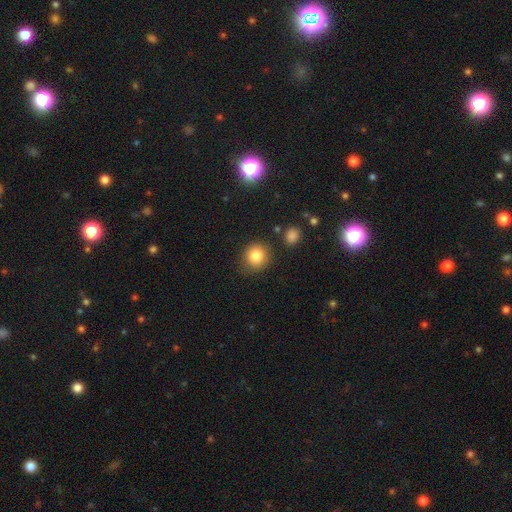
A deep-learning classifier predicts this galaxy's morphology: smooth 83%, star or artifact 10%, featured or disk 7%. Down the decision tree: how rounded — round (90%); merging — none (84%).